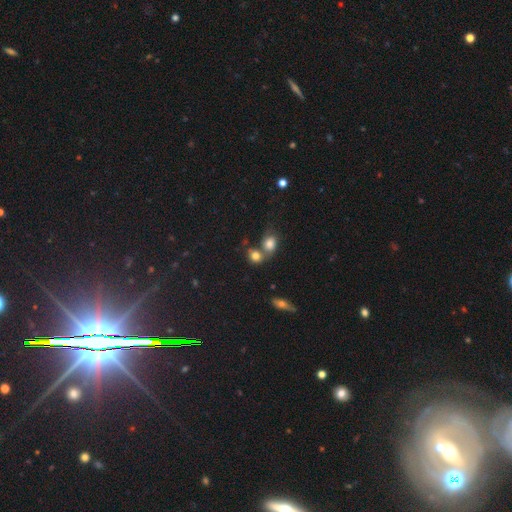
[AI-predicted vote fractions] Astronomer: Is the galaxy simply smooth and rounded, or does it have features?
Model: smooth — 78%.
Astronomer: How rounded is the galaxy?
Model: round — 60% (runner-up: in between, 38%).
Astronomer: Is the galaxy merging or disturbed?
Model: merger — 46% (runner-up: none, 40%).